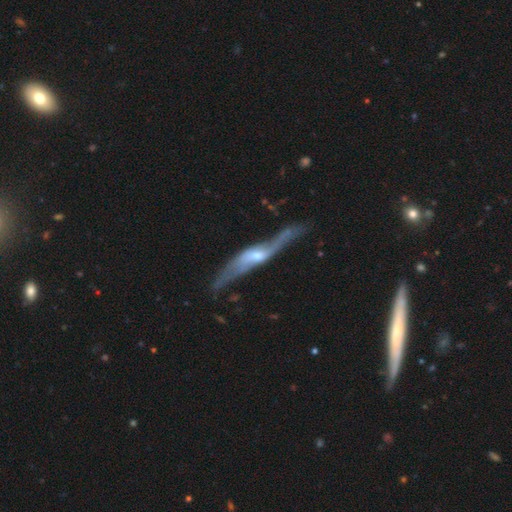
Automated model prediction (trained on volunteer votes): Smooth or featured? Predicted: featured or disk (p=0.77). Edge-on disk? Predicted: yes (p=0.55). Merging? Predicted: none (p=0.52).